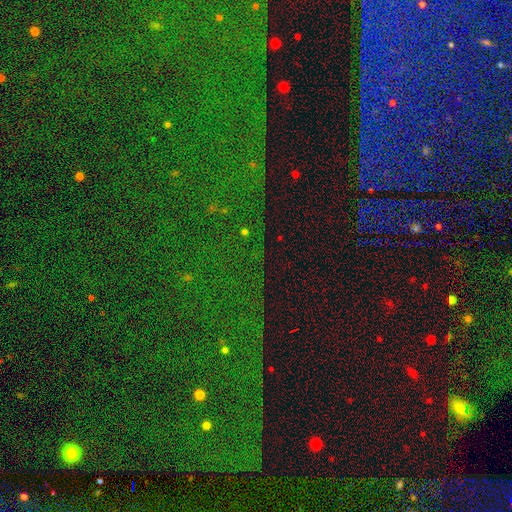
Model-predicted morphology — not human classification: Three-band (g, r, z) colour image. It shows a star or artifact, not a galaxy (79%).